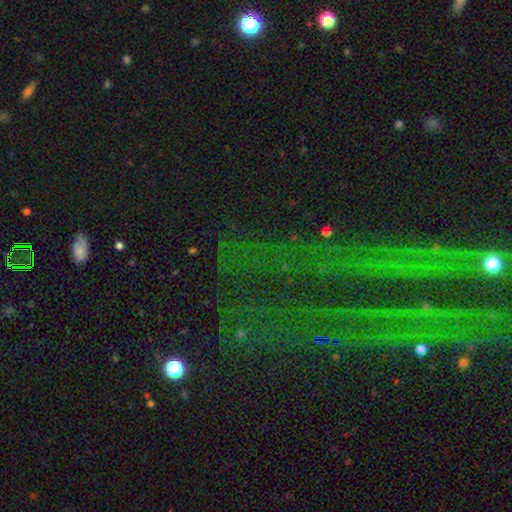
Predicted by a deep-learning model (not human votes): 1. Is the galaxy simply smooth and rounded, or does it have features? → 74% star or artifact, 13% featured or disk, 13% smooth.